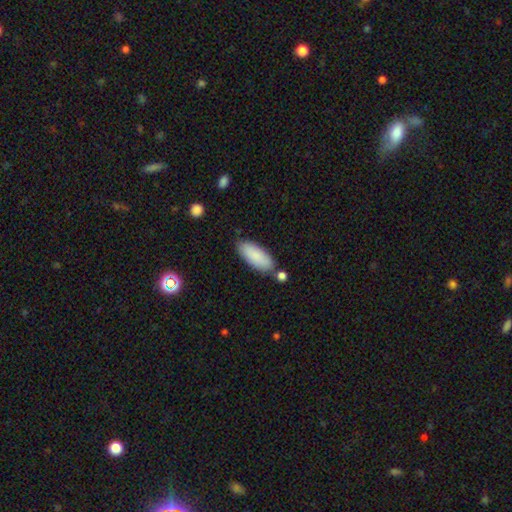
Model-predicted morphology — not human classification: A smooth galaxy with no disk features (87%) that is in between round and cigar-shaped (78%). Merging: none (77%).